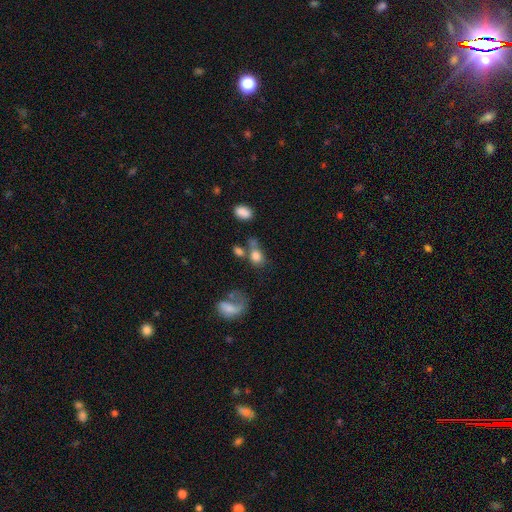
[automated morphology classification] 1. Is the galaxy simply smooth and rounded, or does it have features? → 77% smooth, 12% featured or disk, 11% star or artifact.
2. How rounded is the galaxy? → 57% in between, 40% round, 3% cigar-shaped.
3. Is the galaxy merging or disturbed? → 35% none, 31% merger, 18% major disturbance, 16% minor disturbance.